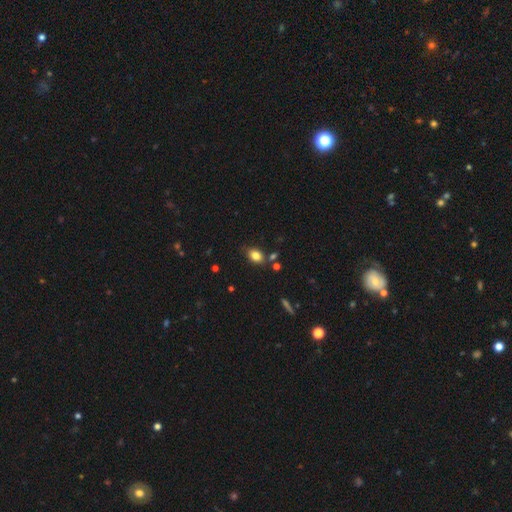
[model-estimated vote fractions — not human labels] Q: Smooth or featured?
A: smooth (80%); runner-up: star or artifact (11%)
Q: How rounded?
A: in between (73%); runner-up: round (25%)
Q: Merging?
A: none (73%); runner-up: minor disturbance (16%)